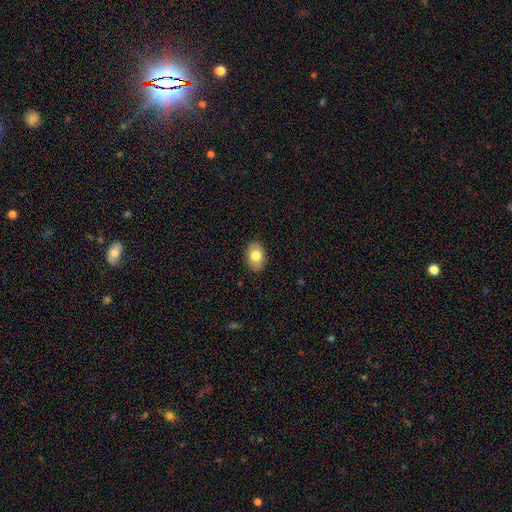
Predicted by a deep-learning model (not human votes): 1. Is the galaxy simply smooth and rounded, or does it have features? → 80% smooth, 13% featured or disk, 7% star or artifact.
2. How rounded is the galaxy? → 86% in between, 13% round, 1% cigar-shaped.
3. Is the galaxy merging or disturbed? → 88% none, 9% minor disturbance, 2% major disturbance, 1% merger.